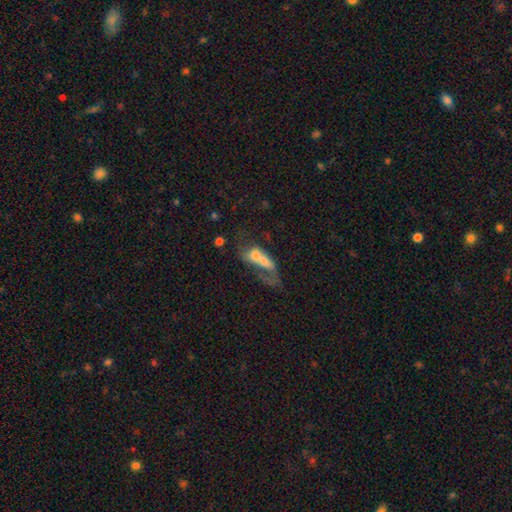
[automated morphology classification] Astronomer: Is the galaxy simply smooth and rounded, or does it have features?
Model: smooth — 49% (runner-up: featured or disk, 41%).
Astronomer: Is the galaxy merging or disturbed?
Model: merger — 69%.